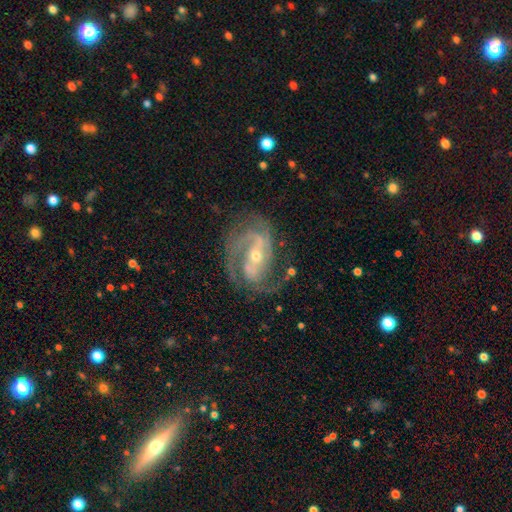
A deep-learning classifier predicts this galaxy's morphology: A featured or disk galaxy (90%) with a strong bar (42%), 2 (63%) medium (51%) spiral arms (97%) and a small central bulge (54%).

Vote fractions:
- Smooth or featured? featured or disk: 90% / star or artifact: 5% / smooth: 5%
- Edge-on disk? no: 97% / yes: 3%
- Bar? strong: 42% / weak: 36% / no: 22%
- Spiral arms? yes: 97% / no: 3%
- Spiral winding? medium: 51% / tight: 35% / loose: 14%
- Spiral arm count? 2: 63% / 3: 19% / can't tell: 8% / 1: 4% / 4: 3% / more than 4: 3%
- Bulge size? small: 54% / moderate: 42% / large: 2% / none: 1% / dominant: 1%
- Merging? none: 66% / minor disturbance: 19% / major disturbance: 13% / merger: 2%